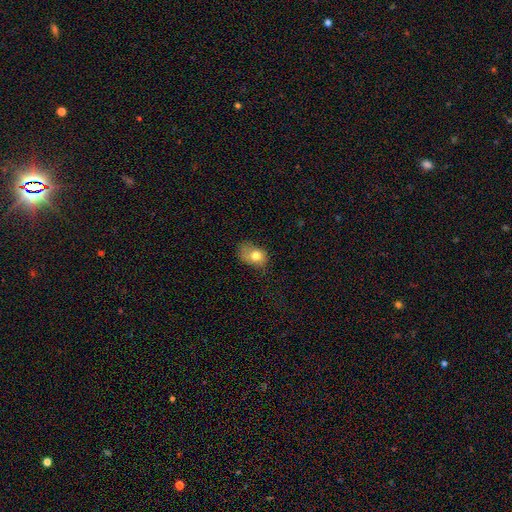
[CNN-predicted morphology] smooth_or_featured: smooth (p=0.77) [alt: featured or disk p=0.13]
how_rounded: in between (p=0.66) [alt: round p=0.33]
merging: none (p=0.39) [alt: minor disturbance p=0.38]